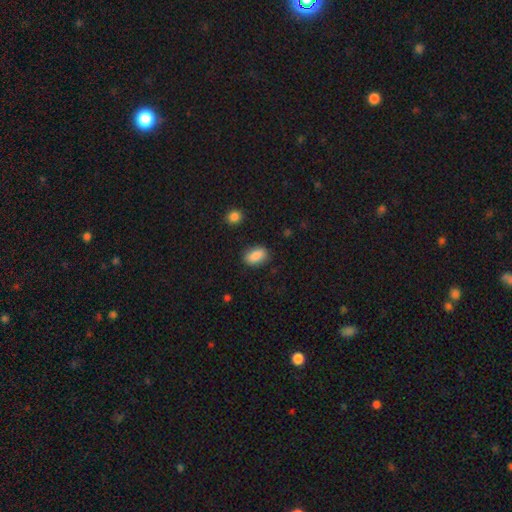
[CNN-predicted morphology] This is clearly a smooth galaxy (88%). How rounded: clearly in between (89%). Merging: clearly none (85%).